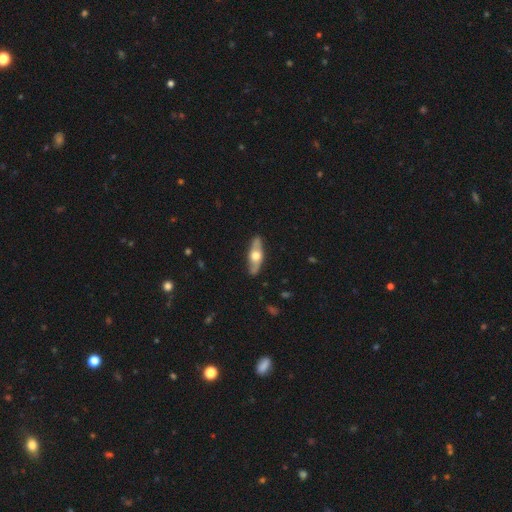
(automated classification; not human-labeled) Smooth or featured? Predicted: featured or disk (p=0.56). Edge-on disk? Predicted: yes (p=0.67). Merging? Predicted: none (p=0.87).